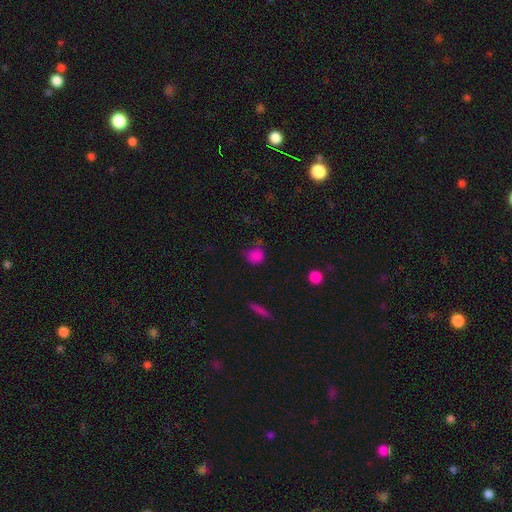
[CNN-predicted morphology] A smooth galaxy with no disk features (80%) that is round (80%).

Vote fractions:
- Smooth or featured? smooth: 80% / star or artifact: 14% / featured or disk: 6%
- How rounded? round: 80% / in between: 18% / cigar-shaped: 2%
- Merging? none: 58% / minor disturbance: 27% / major disturbance: 9% / merger: 7%